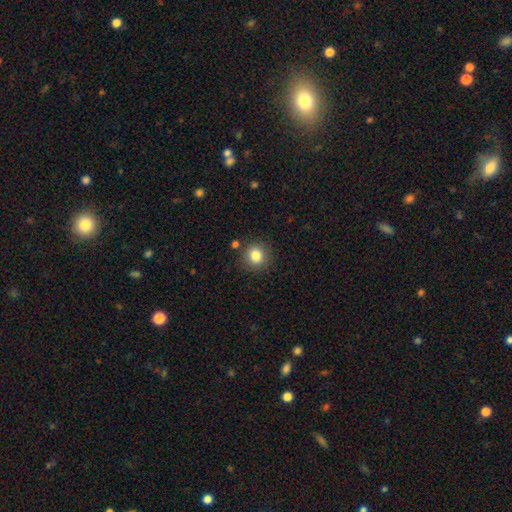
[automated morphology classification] smooth-or-featured: smooth: 83% | star or artifact: 11% | featured or disk: 6%
  how-rounded: round: 90% | in between: 9% | cigar-shaped: 1%
  merging: none: 86% | minor disturbance: 8% | merger: 3% | major disturbance: 3%